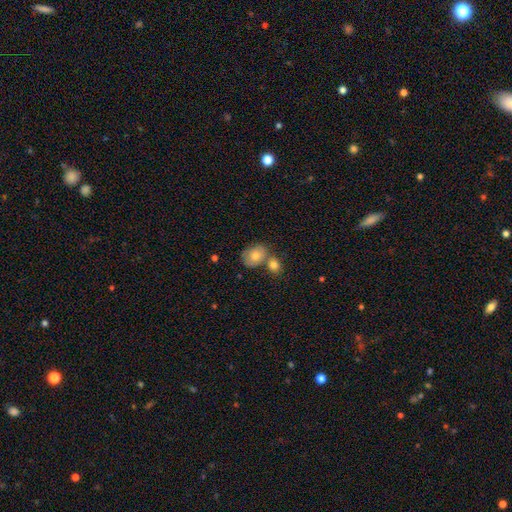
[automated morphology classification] This appears to be a smooth galaxy with no disk features (70%) that is in between round and cigar-shaped (58%). Merging: none (48%).